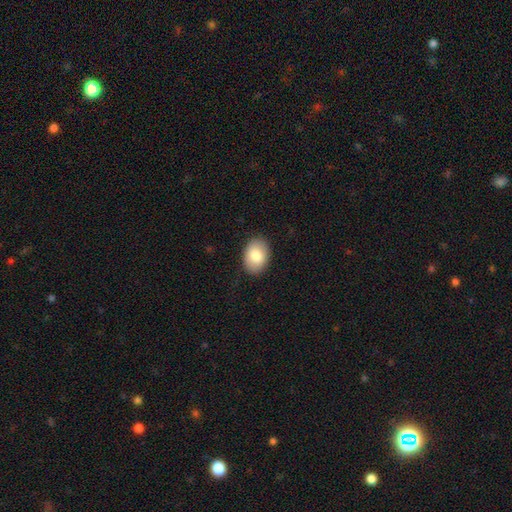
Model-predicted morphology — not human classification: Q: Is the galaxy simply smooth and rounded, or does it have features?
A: smooth — 82%.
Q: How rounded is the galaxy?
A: in between — 84%.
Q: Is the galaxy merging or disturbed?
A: none — 88%.